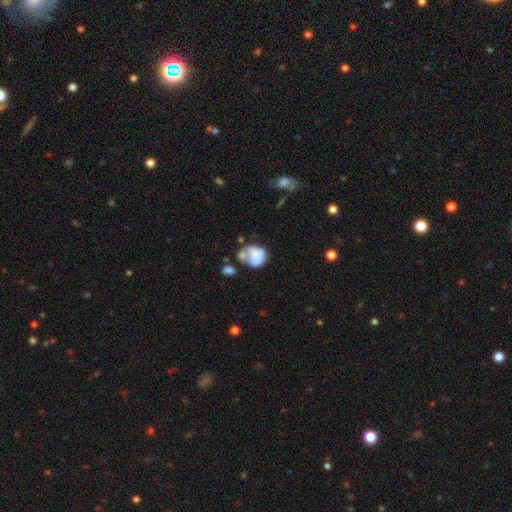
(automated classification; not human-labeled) This appears to be a smooth galaxy with no disk features (57%) that is in between round and cigar-shaped (51%). Merging: merger (31%).